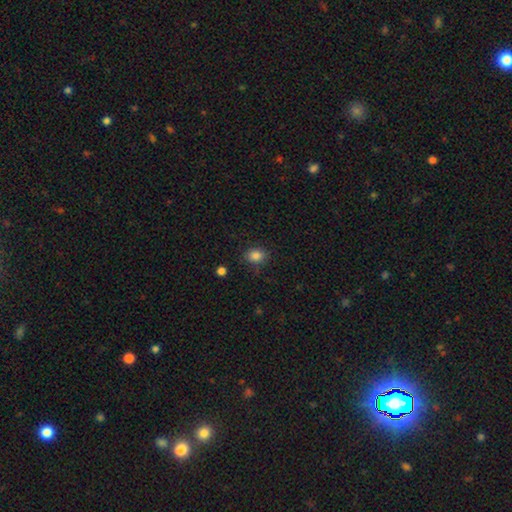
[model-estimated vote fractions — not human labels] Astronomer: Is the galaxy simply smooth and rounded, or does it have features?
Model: smooth — 85%.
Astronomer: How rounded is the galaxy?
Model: round — 50% (runner-up: in between, 49%).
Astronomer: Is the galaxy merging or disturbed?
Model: none — 83%.